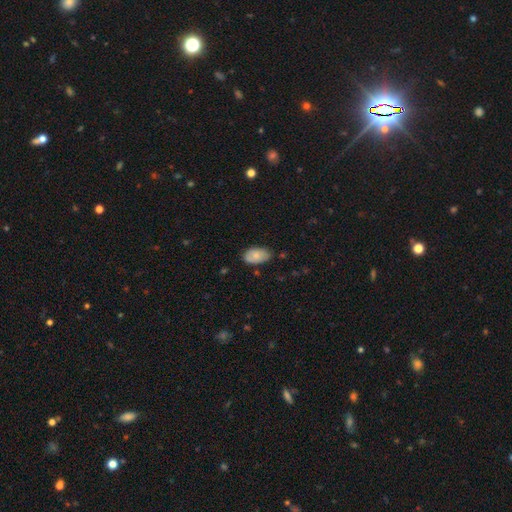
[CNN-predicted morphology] Smooth or featured: smooth — 78% (featured or disk — 15%)
How rounded: in between — 94% (round — 5%)
Merging: none — 71% (minor disturbance — 23%)